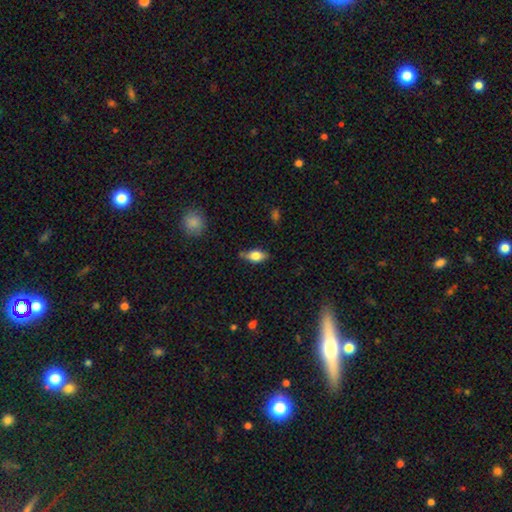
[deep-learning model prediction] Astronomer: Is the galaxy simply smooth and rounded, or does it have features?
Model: smooth — 70%.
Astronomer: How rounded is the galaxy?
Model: in between — 83%.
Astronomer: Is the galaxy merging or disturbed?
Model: none — 71%.